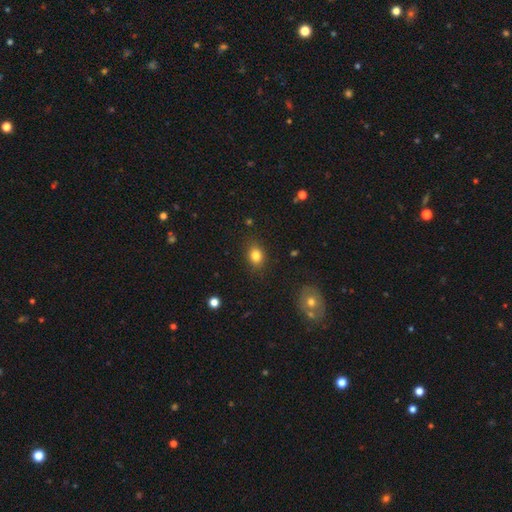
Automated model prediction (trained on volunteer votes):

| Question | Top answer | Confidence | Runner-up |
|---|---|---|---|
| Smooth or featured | smooth | 82% | star or artifact (11%) |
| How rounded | in between | 53% | round (46%) |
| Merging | none | 84% | minor disturbance (12%) |